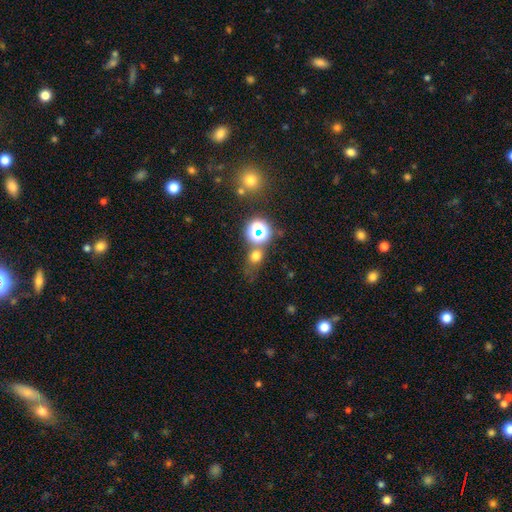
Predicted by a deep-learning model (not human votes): A smooth galaxy with no disk features (61%) that is round (69%).

Vote fractions:
- Smooth or featured? smooth: 61% / star or artifact: 30% / featured or disk: 9%
- How rounded? round: 69% / in between: 29% / cigar-shaped: 2%
- Merging? none: 60% / merger: 18% / minor disturbance: 14% / major disturbance: 9%